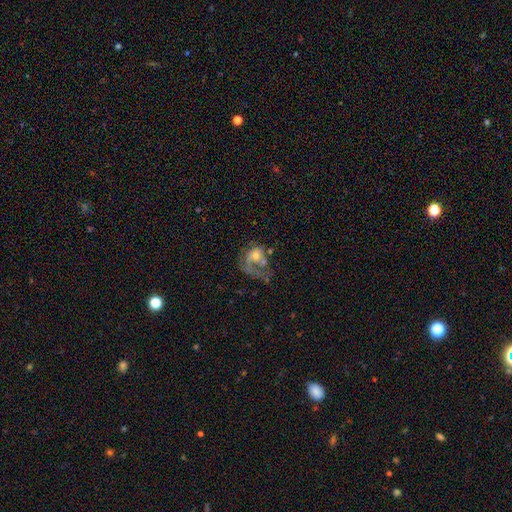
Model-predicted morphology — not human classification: This appears to be a featured or disk galaxy (61%) with no bar (79%), spiral arms (61%) and a moderate central bulge (50%). Merging: major disturbance (49%).